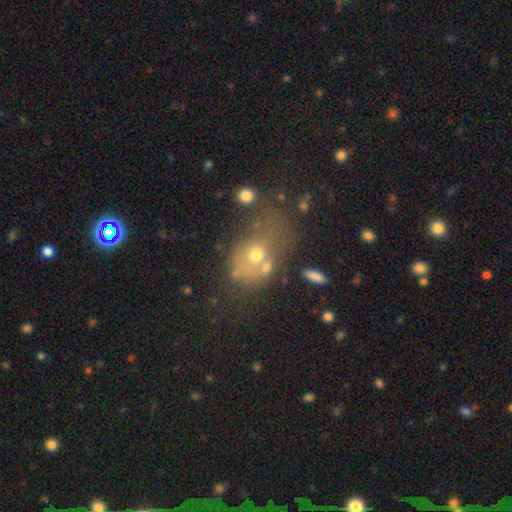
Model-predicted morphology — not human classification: type=smooth (53%); roundness=in between (59%); merging=none (33%).